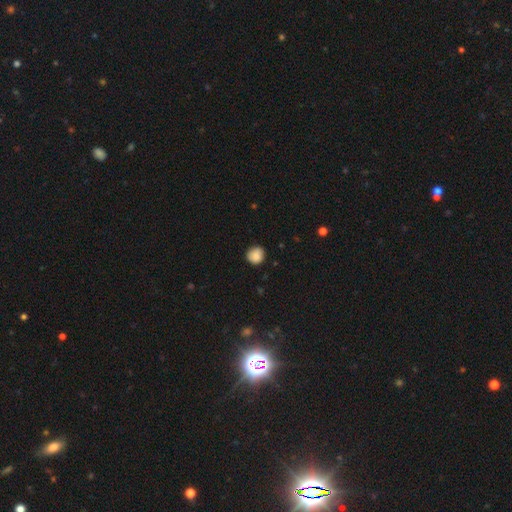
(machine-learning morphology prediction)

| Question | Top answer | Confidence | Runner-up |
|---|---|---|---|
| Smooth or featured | smooth | 87% | star or artifact (8%) |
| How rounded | round | 89% | in between (10%) |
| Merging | none | 80% | minor disturbance (16%) |